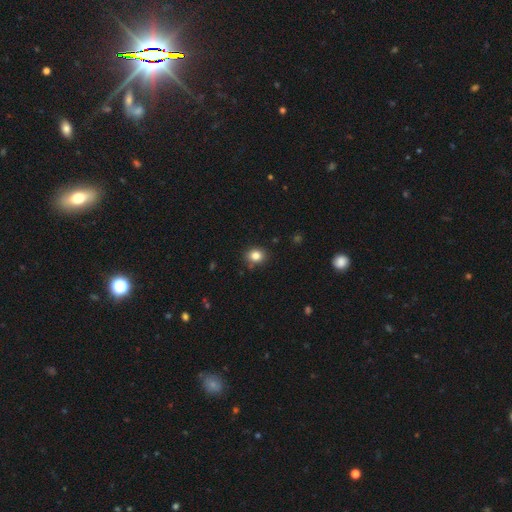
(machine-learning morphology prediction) Smooth or featured? Predicted: smooth (p=0.83). How rounded? Predicted: round (p=0.64). Merging? Predicted: none (p=0.85).